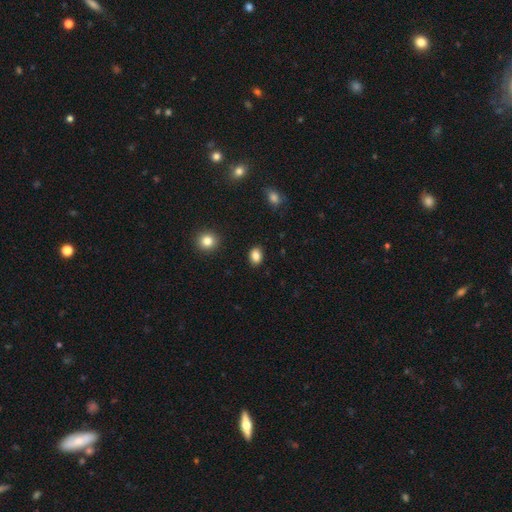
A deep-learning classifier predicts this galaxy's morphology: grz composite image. It shows a smooth galaxy with no disk features (86%) that is in between round and cigar-shaped (67%). Merging: none (89%).